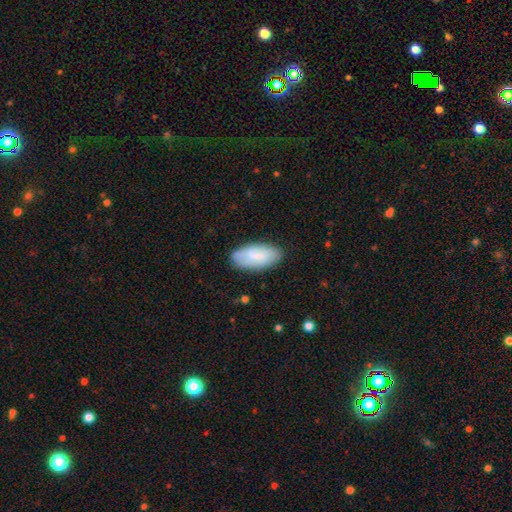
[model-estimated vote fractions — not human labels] Overall: smooth (73%). How rounded: in between (91%). Merging: none (81%).